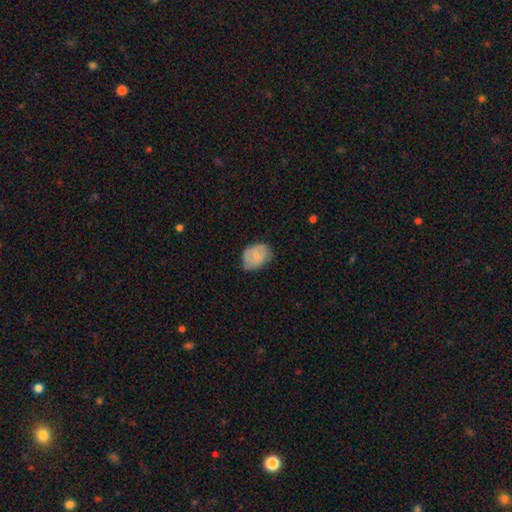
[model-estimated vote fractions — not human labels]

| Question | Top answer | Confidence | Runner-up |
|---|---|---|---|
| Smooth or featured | smooth | 74% | featured or disk (19%) |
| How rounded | in between | 73% | round (26%) |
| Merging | none | 55% | minor disturbance (36%) |